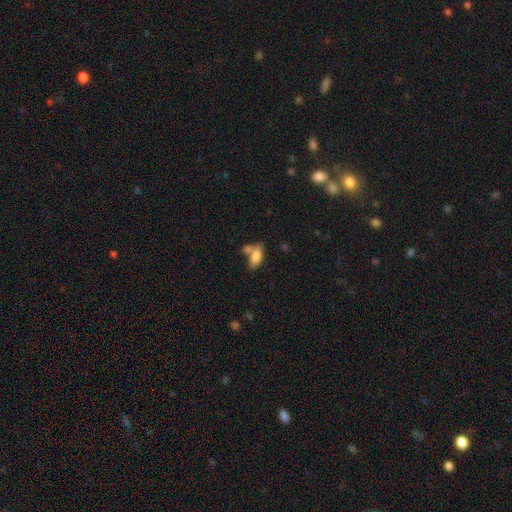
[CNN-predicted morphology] This is likely a smooth galaxy (79%). How rounded: clearly in between (87%). Merging: possibly none (46%).